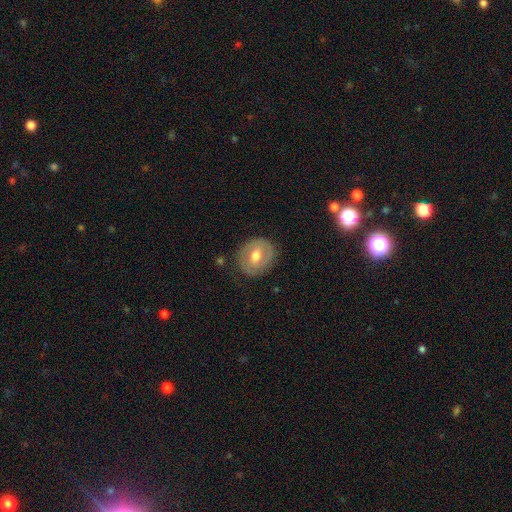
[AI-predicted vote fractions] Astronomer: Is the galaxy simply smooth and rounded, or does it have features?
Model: featured or disk — 49% (runner-up: smooth, 44%).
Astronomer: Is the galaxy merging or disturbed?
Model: none — 81%.